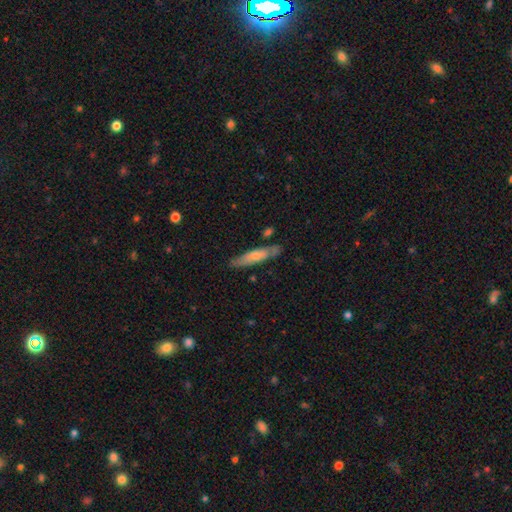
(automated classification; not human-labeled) Smooth or featured?
  - smooth: 56% *
  - featured or disk: 38%
  - star or artifact: 6%
How rounded?
  - cigar-shaped: 77% *
  - in between: 21%
  - round: 2%
Merging?
  - none: 73% *
  - minor disturbance: 19%
  - merger: 5%
  - major disturbance: 4%